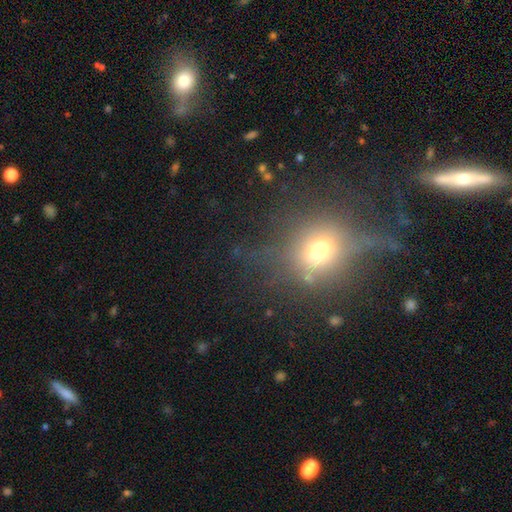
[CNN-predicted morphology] Smooth or featured: smooth — 39% (star or artifact — 35%)
Merging: none — 72% (minor disturbance — 15%)